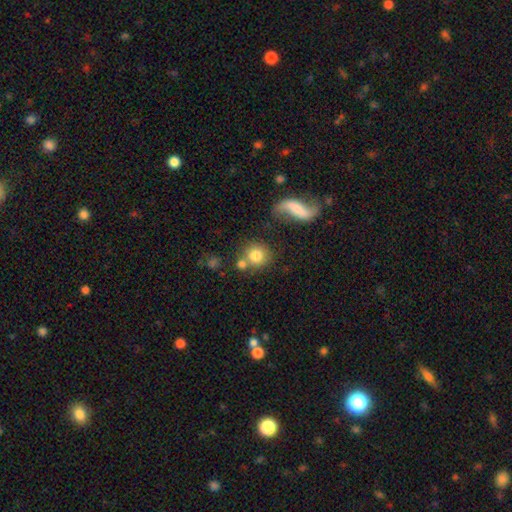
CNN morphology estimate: A smooth galaxy with no disk features (79%) that is round (88%).

Vote fractions:
- Smooth or featured? smooth: 79% / featured or disk: 13% / star or artifact: 9%
- How rounded? round: 88% / in between: 11% / cigar-shaped: 1%
- Merging? none: 57% / merger: 26% / minor disturbance: 11% / major disturbance: 6%